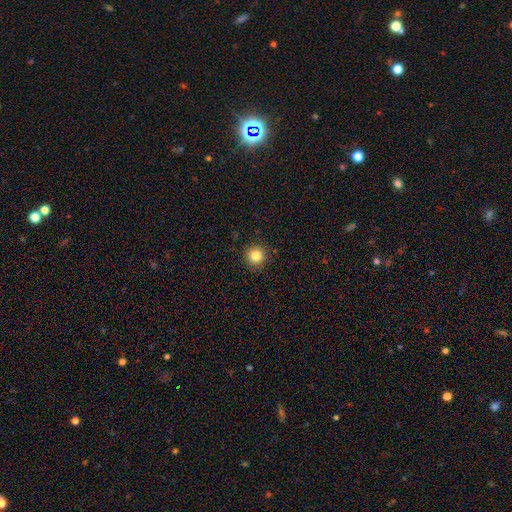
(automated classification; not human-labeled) smooth 84%, star or artifact 11%, featured or disk 5%. Down the decision tree: how rounded — round (95%); merging — none (90%).